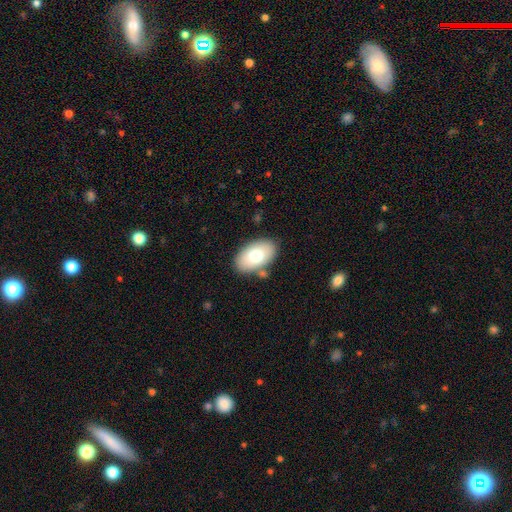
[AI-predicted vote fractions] Q: Smooth or featured?
A: smooth (72%); runner-up: featured or disk (21%)
Q: How rounded?
A: in between (93%); runner-up: round (6%)
Q: Merging?
A: none (81%); runner-up: minor disturbance (12%)